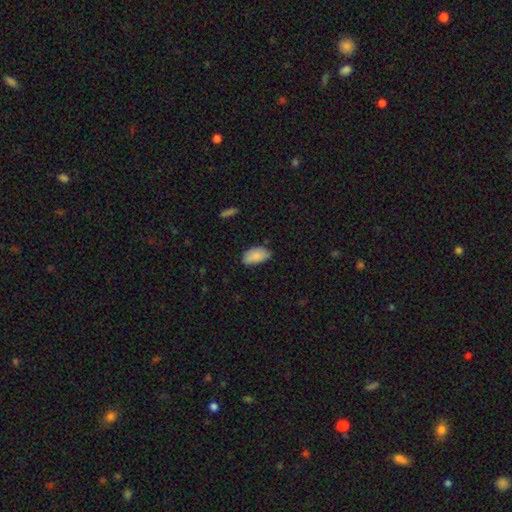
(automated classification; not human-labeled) Morphology: type=smooth (87%); roundness=in between (94%); merging=none (74%).